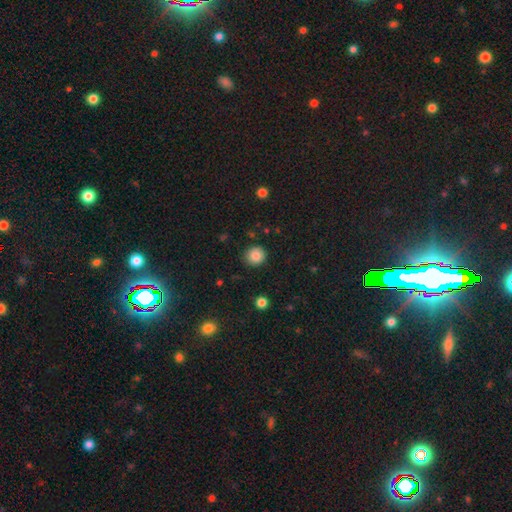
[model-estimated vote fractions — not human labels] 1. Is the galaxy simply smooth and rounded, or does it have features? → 85% smooth, 10% star or artifact, 5% featured or disk.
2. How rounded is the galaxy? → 91% round, 8% in between, 1% cigar-shaped.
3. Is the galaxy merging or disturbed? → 89% none, 7% minor disturbance, 2% major disturbance, 1% merger.